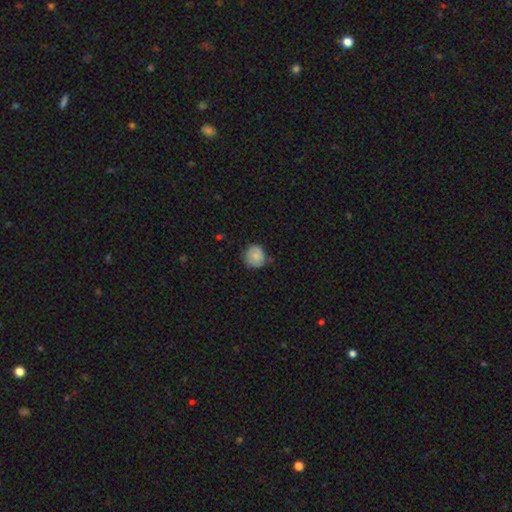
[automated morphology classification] Q: Smooth or featured?
A: smooth (80%); runner-up: featured or disk (12%)
Q: How rounded?
A: round (88%); runner-up: in between (11%)
Q: Merging?
A: none (70%); runner-up: minor disturbance (24%)